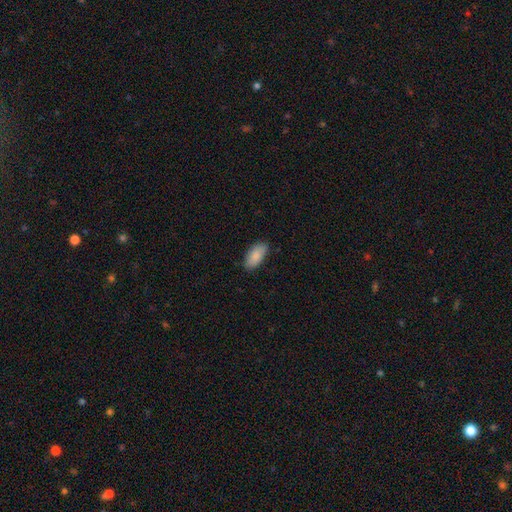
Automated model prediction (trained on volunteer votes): Q: Smooth or featured?
A: smooth (88%); runner-up: featured or disk (7%)
Q: How rounded?
A: in between (92%); runner-up: cigar-shaped (6%)
Q: Merging?
A: none (84%); runner-up: minor disturbance (13%)